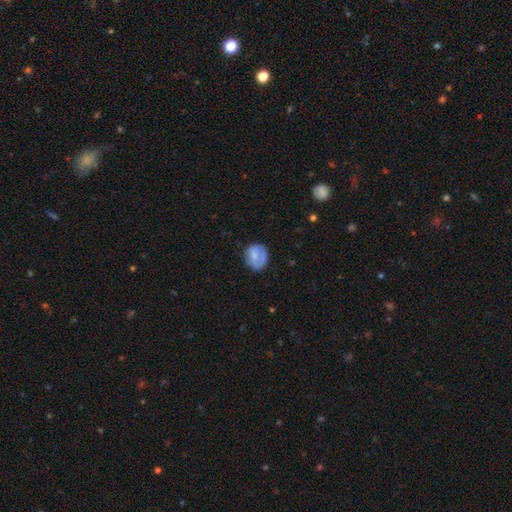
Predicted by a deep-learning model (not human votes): Overall: smooth (63%; featured or disk 29%). How rounded: round (68%; in between 31%). Merging: none (60%; minor disturbance 26%).